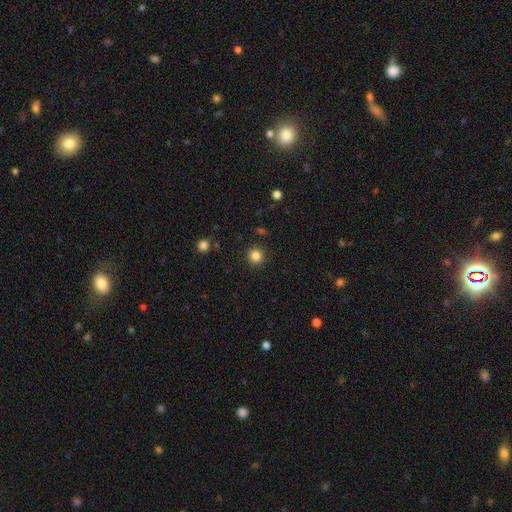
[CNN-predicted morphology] Smooth or featured: smooth — 84% (star or artifact — 12%)
How rounded: round — 94% (in between — 5%)
Merging: none — 91% (minor disturbance — 5%)